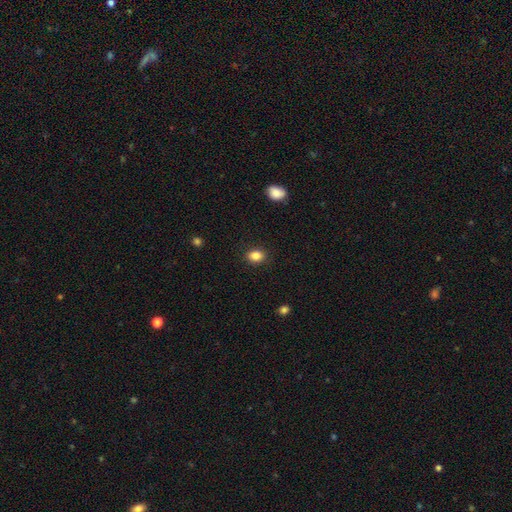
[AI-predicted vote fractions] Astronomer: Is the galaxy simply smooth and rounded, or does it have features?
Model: smooth — 85%.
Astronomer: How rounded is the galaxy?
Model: in between — 55% (runner-up: round, 43%).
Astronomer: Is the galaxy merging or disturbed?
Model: none — 88%.